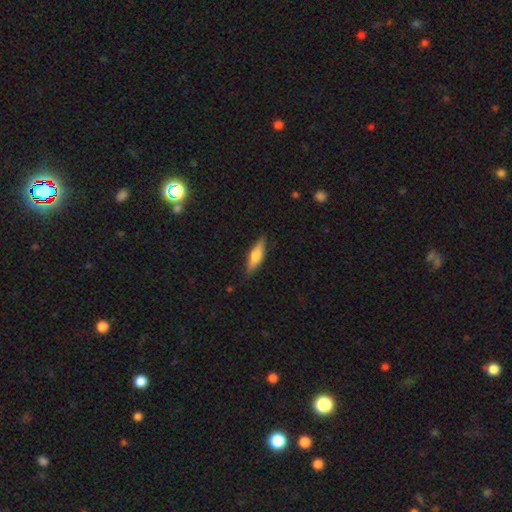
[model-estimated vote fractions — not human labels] Smooth or featured? Predicted: smooth (p=0.54). How rounded? Predicted: cigar-shaped (p=0.60). Merging? Predicted: none (p=0.86).